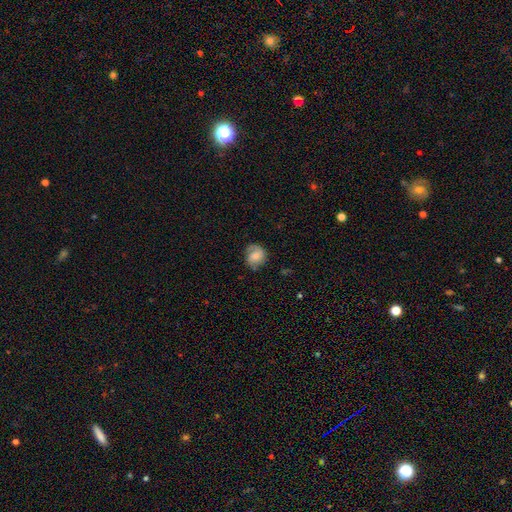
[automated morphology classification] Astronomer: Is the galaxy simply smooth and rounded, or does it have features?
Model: smooth — 48% (runner-up: featured or disk, 44%).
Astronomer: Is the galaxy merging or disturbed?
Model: none — 66%.